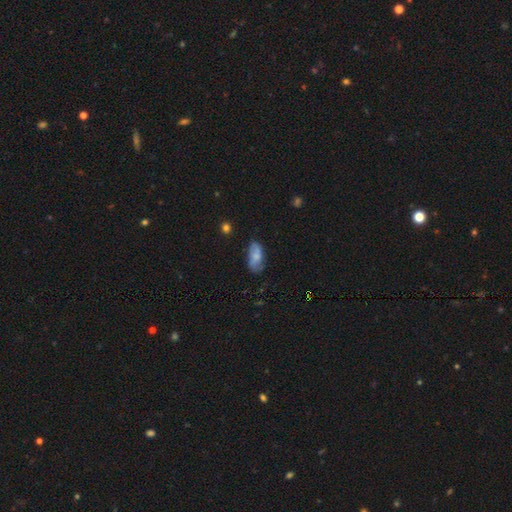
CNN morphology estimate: Smooth or featured? Predicted: smooth (p=0.69). How rounded? Predicted: in between (p=0.89). Merging? Predicted: none (p=0.61).